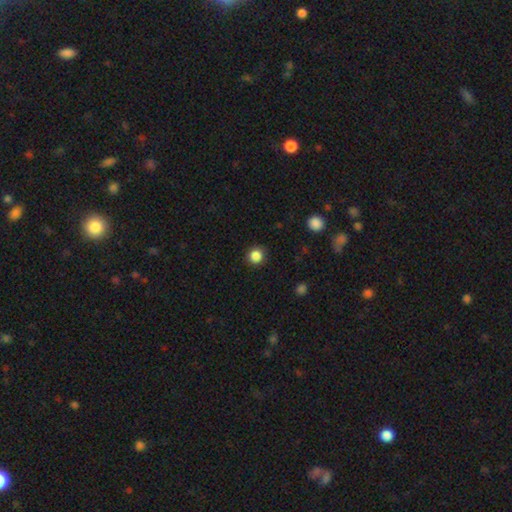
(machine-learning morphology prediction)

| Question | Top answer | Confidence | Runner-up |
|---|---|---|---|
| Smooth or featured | smooth | 86% | star or artifact (11%) |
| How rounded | round | 94% | in between (5%) |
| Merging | none | 91% | minor disturbance (6%) |